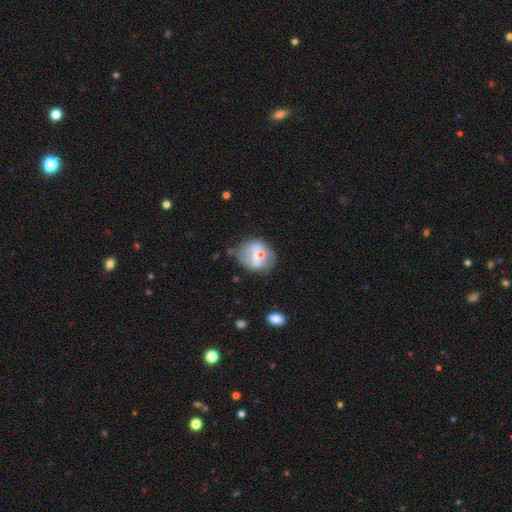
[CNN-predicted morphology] Smooth or featured? featured or disk (48%)
Merging? none (40%)